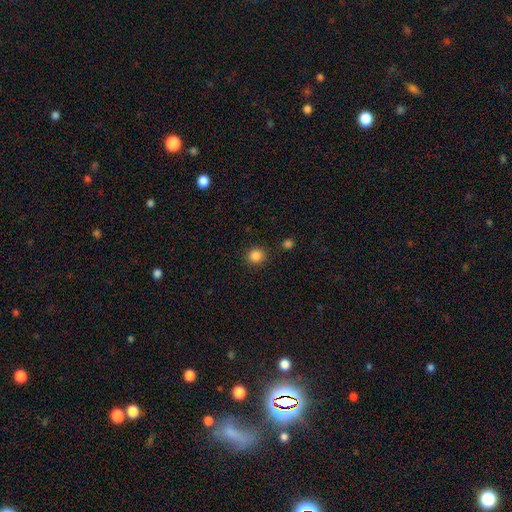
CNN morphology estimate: Smooth or featured? Predicted: smooth (p=0.85). How rounded? Predicted: round (p=0.89). Merging? Predicted: none (p=0.87).